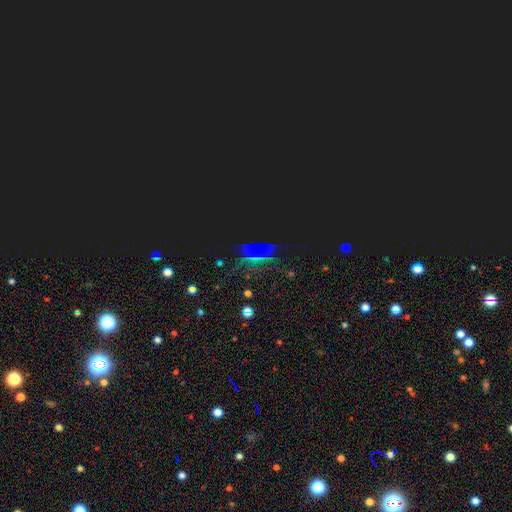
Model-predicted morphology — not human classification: Q: Smooth or featured?
A: star or artifact (71%); runner-up: smooth (18%)